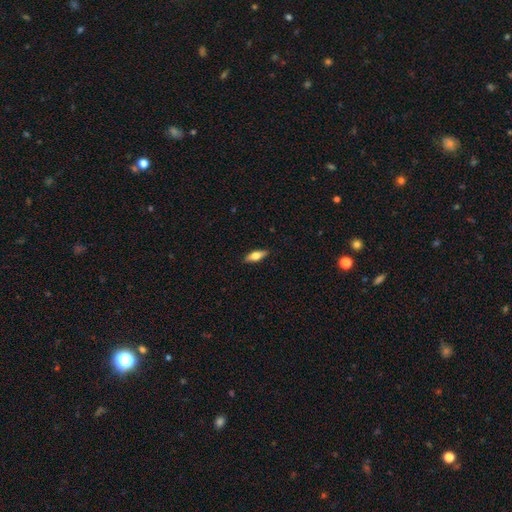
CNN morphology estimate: type=smooth (58%); roundness=in between (63%); merging=none (89%).